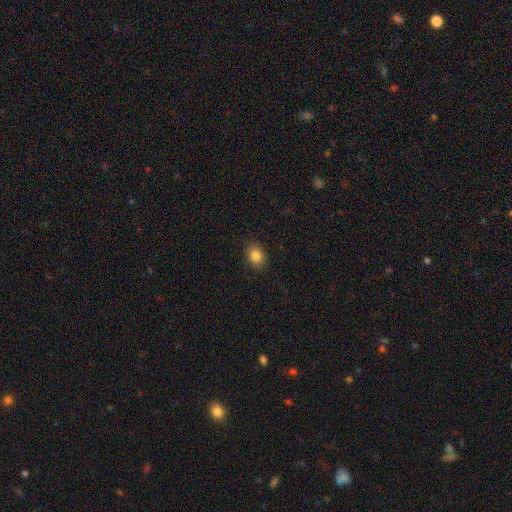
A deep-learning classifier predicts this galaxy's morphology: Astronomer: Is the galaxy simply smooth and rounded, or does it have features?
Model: smooth — 83%.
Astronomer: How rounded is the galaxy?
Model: in between — 58% (runner-up: round, 41%).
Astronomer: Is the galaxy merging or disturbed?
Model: none — 88%.